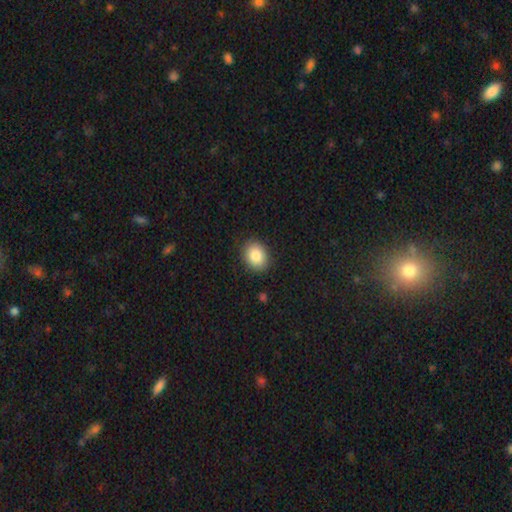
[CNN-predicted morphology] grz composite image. It shows a smooth galaxy with no disk features (86%) that is round (55%). Merging: none (88%).